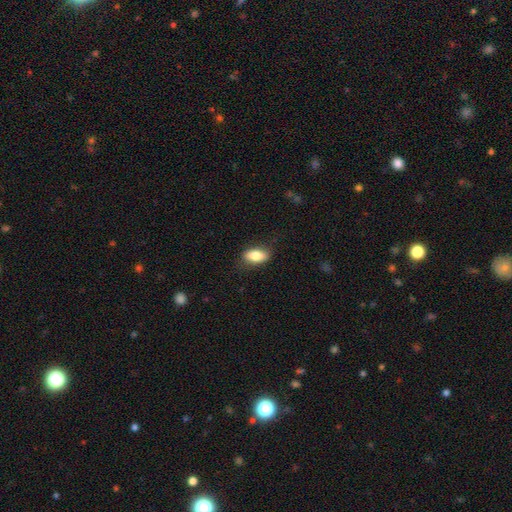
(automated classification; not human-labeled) This is clearly a smooth galaxy (80%). How rounded: clearly in between (86%). Merging: clearly none (81%).